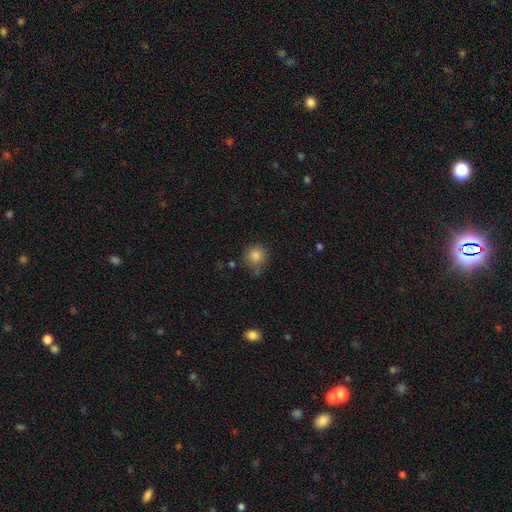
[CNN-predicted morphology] smooth_or_featured: smooth (p=0.83) [alt: star or artifact p=0.11]
how_rounded: round (p=0.91) [alt: in between p=0.08]
merging: none (p=0.76) [alt: minor disturbance p=0.16]